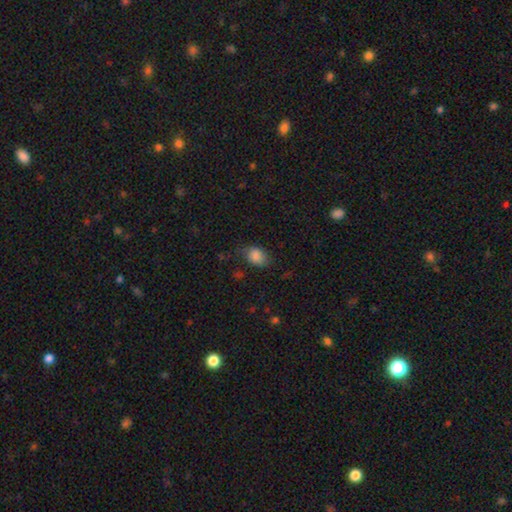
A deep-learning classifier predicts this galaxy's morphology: A smooth galaxy with no disk features (85%) that is in between round and cigar-shaped (76%).

Vote fractions:
- Smooth or featured? smooth: 85% / star or artifact: 9% / featured or disk: 6%
- How rounded? in between: 76% / round: 22% / cigar-shaped: 1%
- Merging? none: 66% / minor disturbance: 25% / major disturbance: 7% / merger: 2%